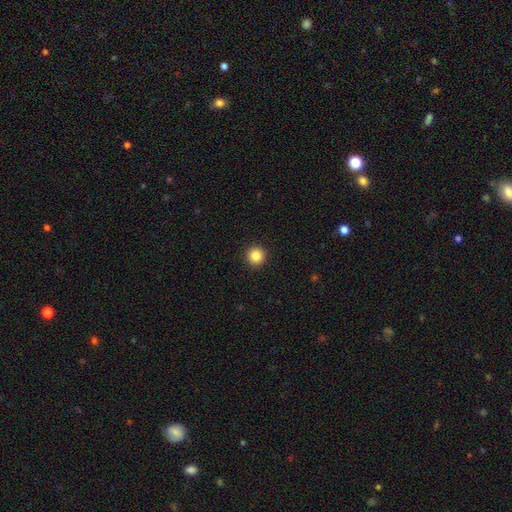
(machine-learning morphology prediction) smooth-or-featured: smooth: 86% | star or artifact: 10% | featured or disk: 4%
  how-rounded: round: 96% | in between: 3% | cigar-shaped: 1%
  merging: none: 93% | minor disturbance: 4% | major disturbance: 2% | merger: 1%